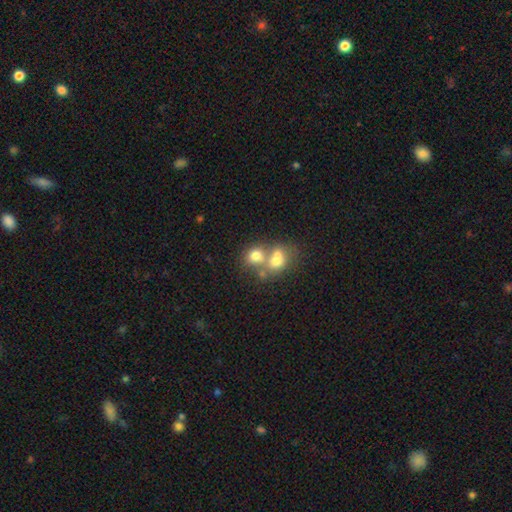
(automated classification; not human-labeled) The model was most divided on "how rounded": round: 60%, in between: 39%, cigar-shaped: 1%. More confident: smooth or featured — smooth (68%); merging — merger (59%).